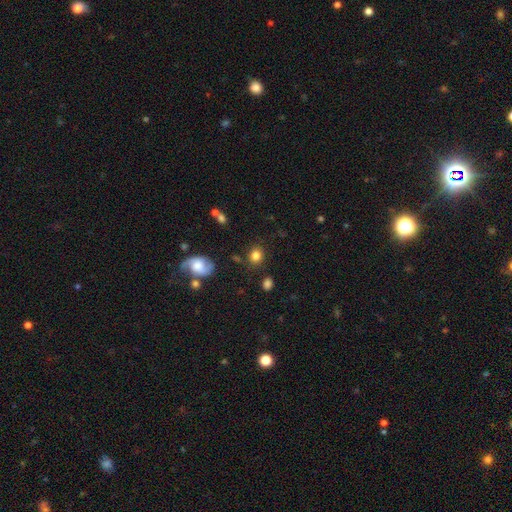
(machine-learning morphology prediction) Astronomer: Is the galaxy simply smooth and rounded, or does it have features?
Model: smooth — 81%.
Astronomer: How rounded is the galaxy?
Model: round — 70%.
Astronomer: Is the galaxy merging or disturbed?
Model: none — 82%.